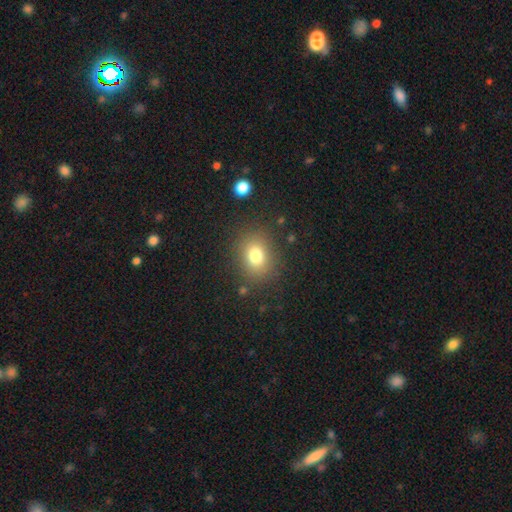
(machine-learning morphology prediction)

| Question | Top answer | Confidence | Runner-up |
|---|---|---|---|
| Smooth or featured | smooth | 77% | star or artifact (14%) |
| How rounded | round | 55% | in between (44%) |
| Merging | none | 84% | minor disturbance (10%) |